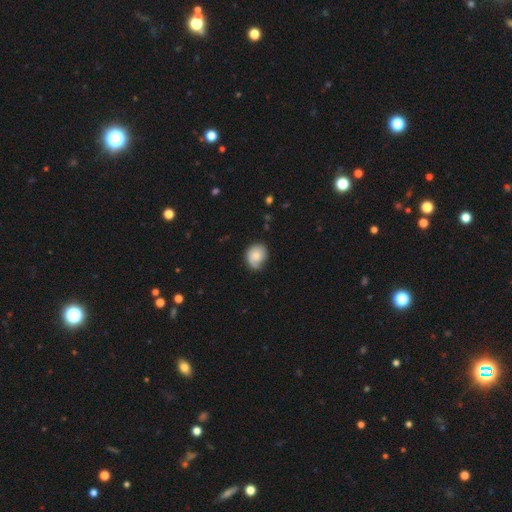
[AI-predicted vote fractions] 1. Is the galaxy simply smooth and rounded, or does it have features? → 73% smooth, 19% featured or disk, 7% star or artifact.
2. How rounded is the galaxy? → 65% round, 34% in between, 1% cigar-shaped.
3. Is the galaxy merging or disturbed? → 58% none, 32% minor disturbance, 7% major disturbance, 2% merger.